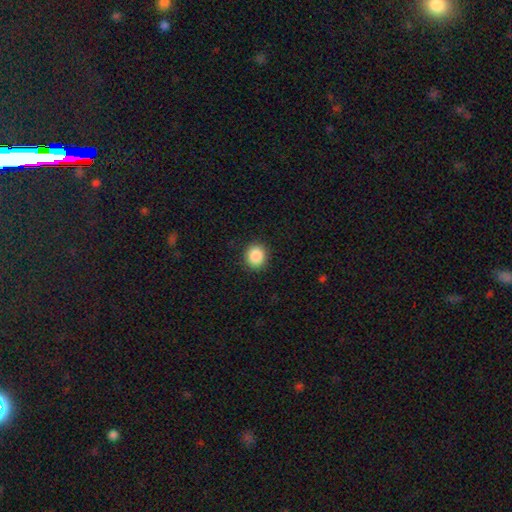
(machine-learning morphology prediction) type=smooth (89%); roundness=round (78%); merging=none (90%).